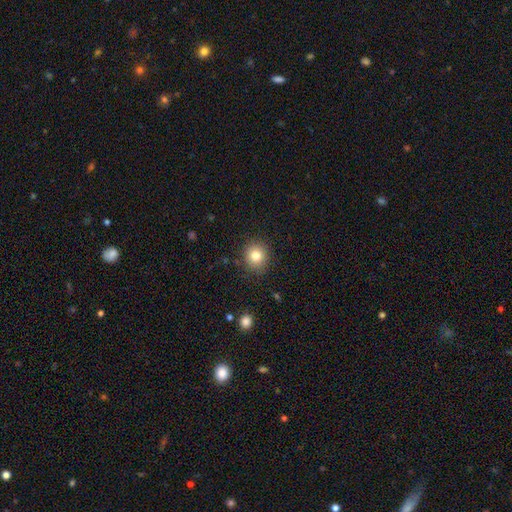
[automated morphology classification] smooth_or_featured: smooth (p=0.81) [alt: star or artifact p=0.11]
how_rounded: round (p=0.88) [alt: in between p=0.11]
merging: none (p=0.88) [alt: minor disturbance p=0.08]